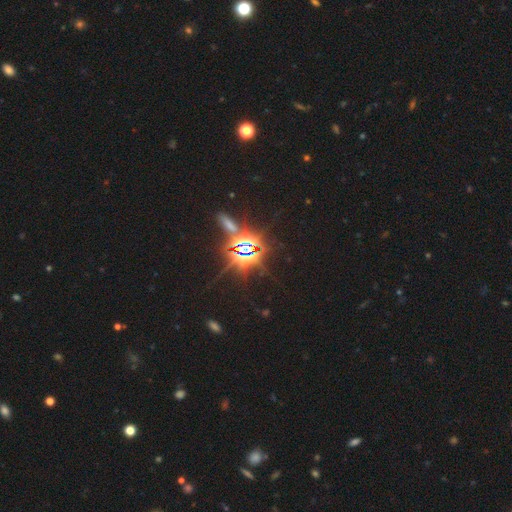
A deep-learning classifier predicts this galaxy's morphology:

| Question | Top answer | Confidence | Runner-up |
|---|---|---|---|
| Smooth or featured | star or artifact | 82% | smooth (11%) |